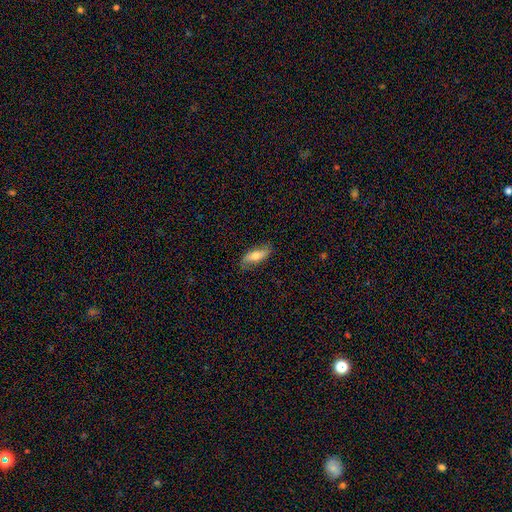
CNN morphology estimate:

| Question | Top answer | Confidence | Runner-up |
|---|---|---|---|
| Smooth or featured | smooth | 55% | featured or disk (39%) |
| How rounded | in between | 70% | cigar-shaped (27%) |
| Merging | none | 78% | minor disturbance (16%) |